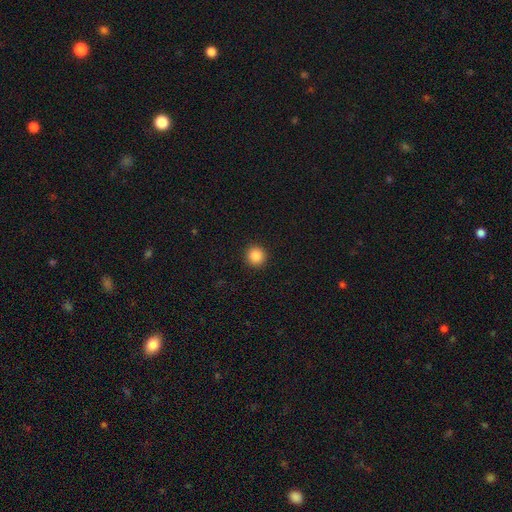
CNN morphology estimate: The model was most divided on "smooth or featured": smooth: 86%, star or artifact: 10%, featured or disk: 3%. More confident: how rounded — round (95%); merging — none (93%).